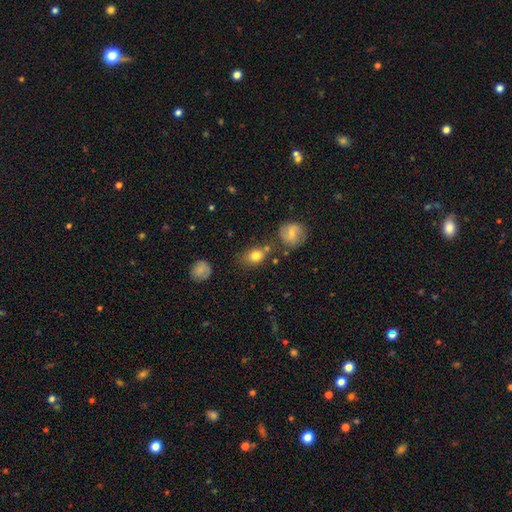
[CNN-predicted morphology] Overall: smooth (79%). How rounded: in between (57%; round 41%). Merging: none (67%).